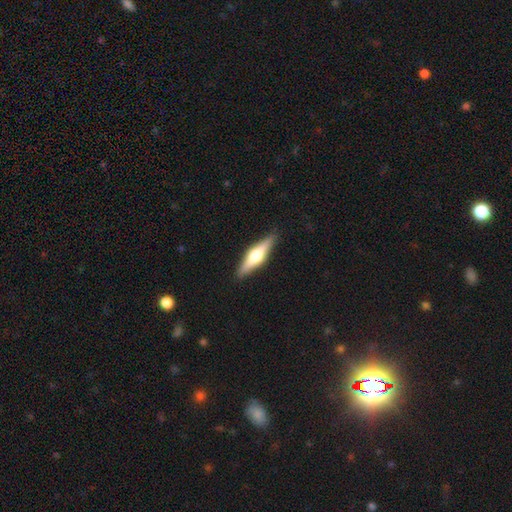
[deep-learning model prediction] This appears to be a featured or disk galaxy (61%) viewed edge-on (96%) with a rounded central bulge (92%). Merging: none (90%).